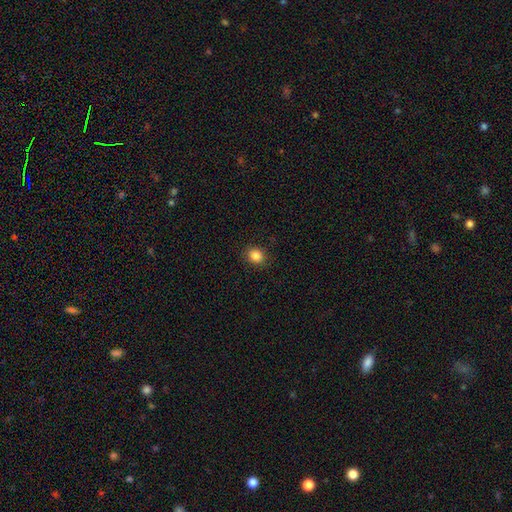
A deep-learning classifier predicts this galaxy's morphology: Q: Smooth or featured?
A: smooth (85%); runner-up: star or artifact (11%)
Q: How rounded?
A: round (70%); runner-up: in between (29%)
Q: Merging?
A: none (89%); runner-up: minor disturbance (8%)